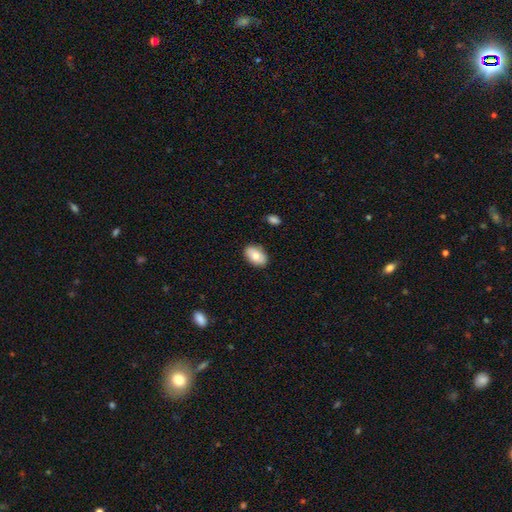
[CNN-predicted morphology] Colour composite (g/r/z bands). It shows a smooth galaxy with no disk features (79%) that is in between round and cigar-shaped (91%). Merging: none (86%).